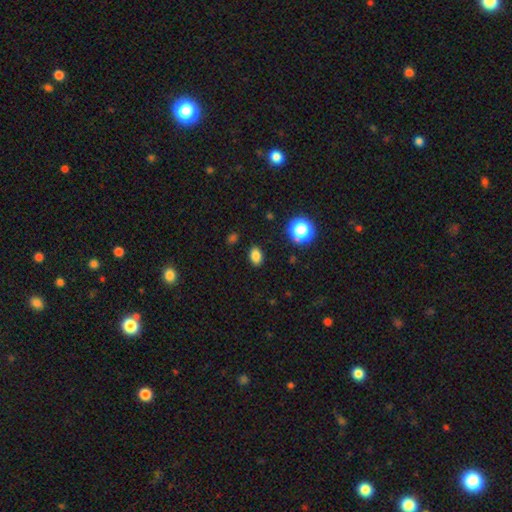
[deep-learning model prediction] A smooth galaxy with no disk features (81%) that is in between round and cigar-shaped (78%). Merging: none (87%).